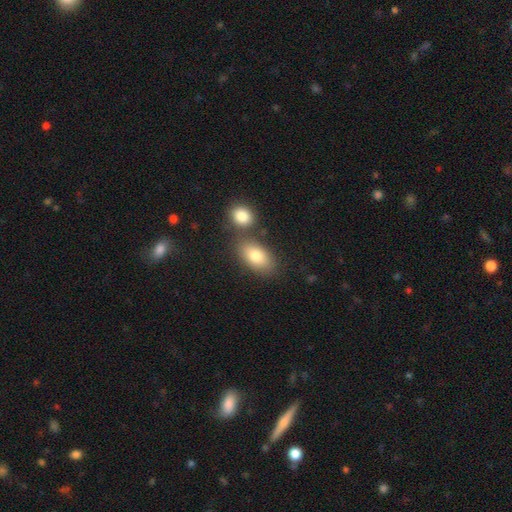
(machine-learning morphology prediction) smooth_or_featured: smooth (p=0.78) [alt: featured or disk p=0.14]
how_rounded: in between (p=0.88) [alt: round p=0.09]
merging: none (p=0.61) [alt: merger p=0.25]